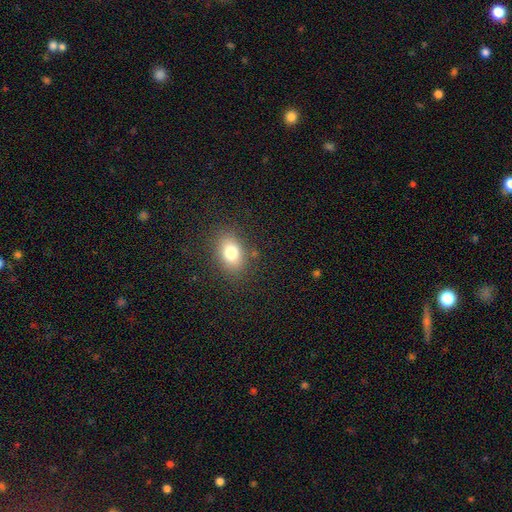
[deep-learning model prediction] Smooth or featured? smooth (75%)
How rounded? in between (63%)
Merging? none (91%)